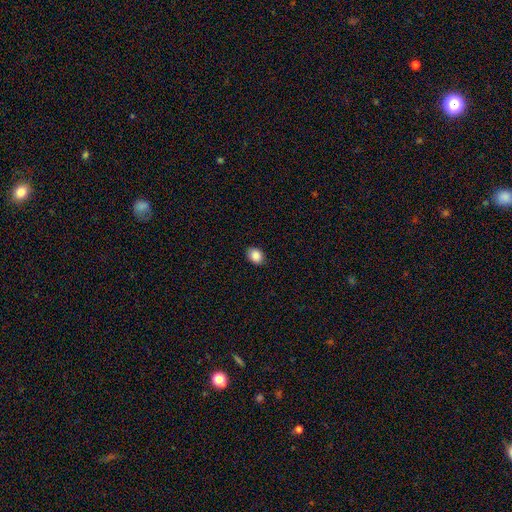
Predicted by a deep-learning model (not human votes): Smooth or featured? Predicted: smooth (p=0.88). How rounded? Predicted: in between (p=0.62). Merging? Predicted: none (p=0.88).